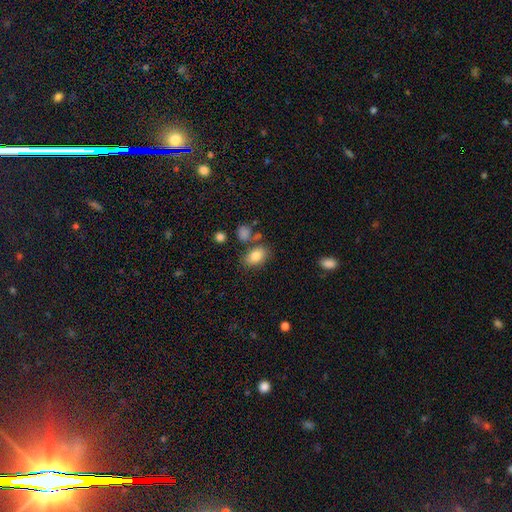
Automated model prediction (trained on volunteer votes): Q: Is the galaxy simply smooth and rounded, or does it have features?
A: smooth — 82%.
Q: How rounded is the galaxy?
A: in between — 84%.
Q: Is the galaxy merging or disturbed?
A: none — 70%.